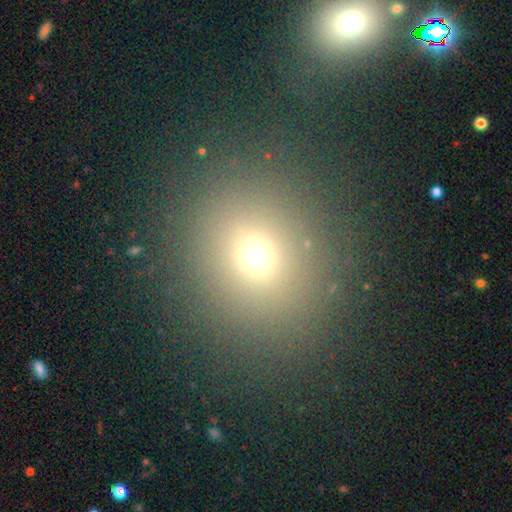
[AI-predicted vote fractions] The model was most divided on "smooth or featured": smooth: 68%, star or artifact: 22%, featured or disk: 11%. More confident: merging — none (84%); how rounded — round (80%).